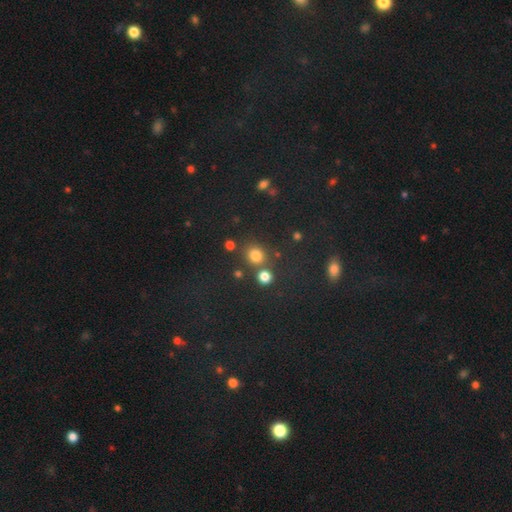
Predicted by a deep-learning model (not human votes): This is likely a smooth galaxy (76%). How rounded: clearly round (81%). Merging: likely none (72%).